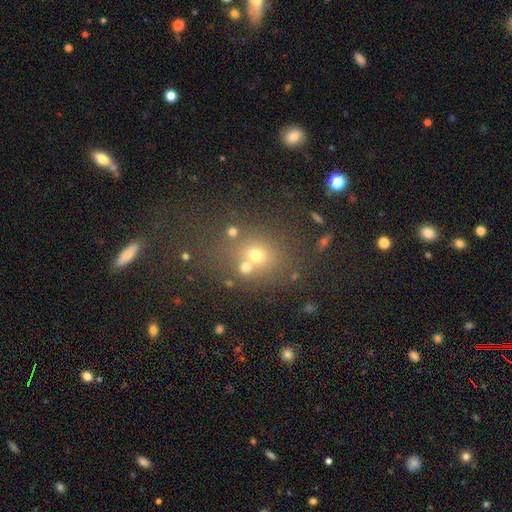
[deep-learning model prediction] smooth 59%, star or artifact 26%, featured or disk 15%. Down the decision tree: how rounded — round (71%); merging — none (60%).